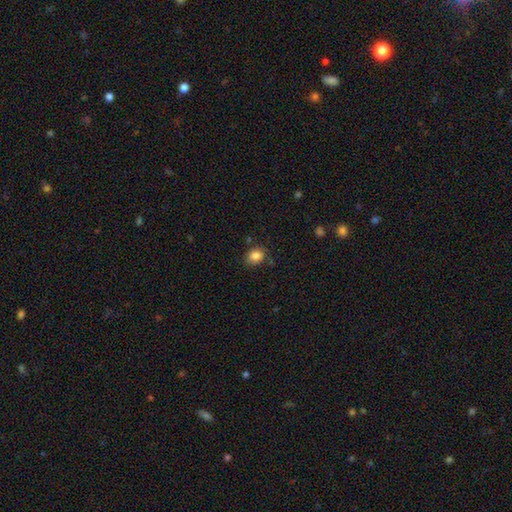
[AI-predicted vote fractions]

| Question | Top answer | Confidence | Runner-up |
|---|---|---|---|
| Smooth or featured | smooth | 85% | star or artifact (10%) |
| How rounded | in between | 56% | round (43%) |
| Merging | none | 79% | minor disturbance (15%) |